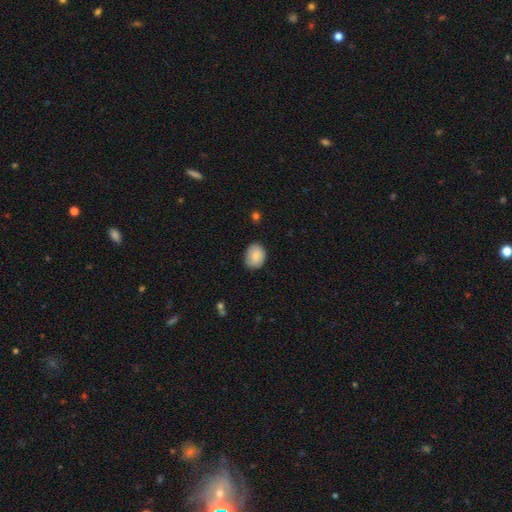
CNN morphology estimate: smooth_or_featured: smooth (p=0.84) [alt: featured or disk p=0.09]
how_rounded: in between (p=0.54) [alt: round p=0.45]
merging: none (p=0.79) [alt: minor disturbance p=0.17]